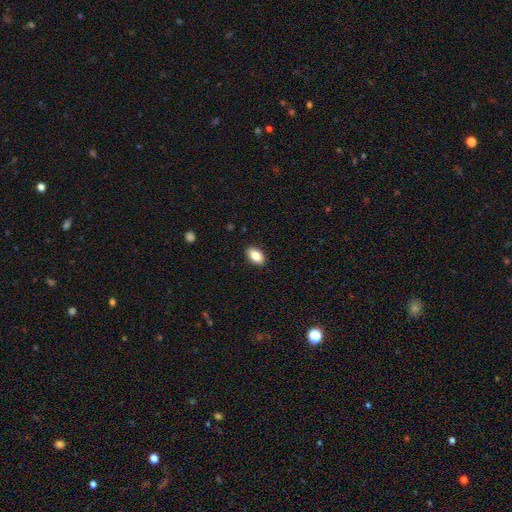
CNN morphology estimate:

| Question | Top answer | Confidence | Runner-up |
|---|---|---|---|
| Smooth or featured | smooth | 85% | featured or disk (8%) |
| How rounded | in between | 91% | round (6%) |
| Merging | none | 90% | minor disturbance (8%) |